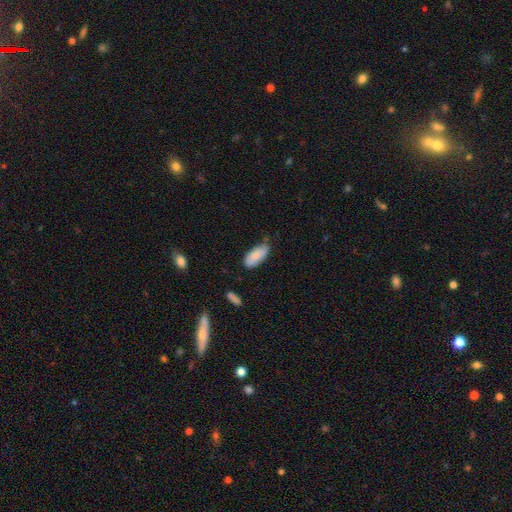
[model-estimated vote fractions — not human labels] Overall: smooth (79%). How rounded: in between (90%). Merging: none (57%; minor disturbance 34%).